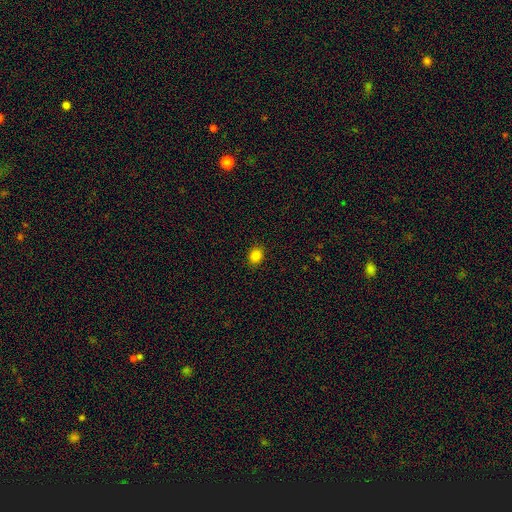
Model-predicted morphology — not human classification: This appears to be a smooth galaxy with no disk features (84%) that is round (55%). Merging: none (90%).